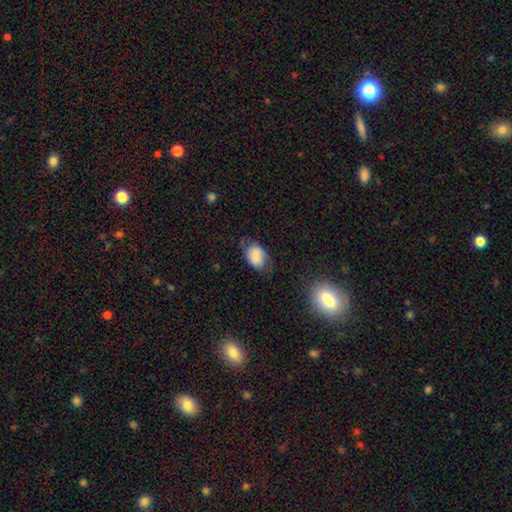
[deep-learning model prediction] Smooth or featured? smooth (68%)
How rounded? in between (79%)
Merging? none (58%)